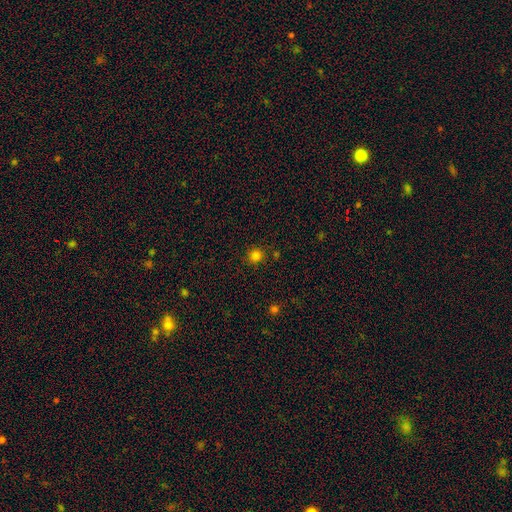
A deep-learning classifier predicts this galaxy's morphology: smooth-or-featured: smooth: 80% | star or artifact: 16% | featured or disk: 4%
  how-rounded: round: 92% | in between: 7% | cigar-shaped: 1%
  merging: none: 86% | minor disturbance: 8% | merger: 3% | major disturbance: 3%